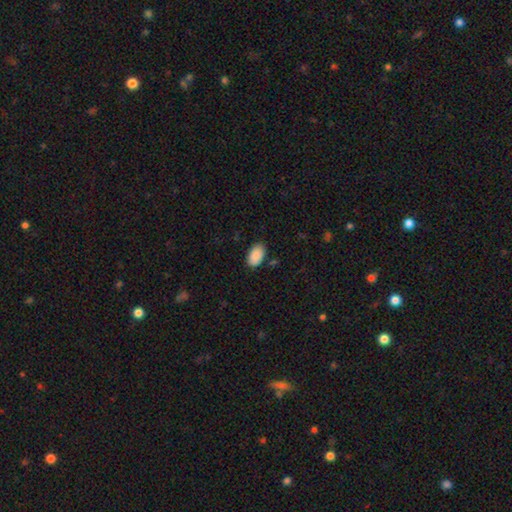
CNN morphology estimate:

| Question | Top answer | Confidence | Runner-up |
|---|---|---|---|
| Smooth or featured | smooth | 90% | star or artifact (6%) |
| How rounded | in between | 94% | round (4%) |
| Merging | none | 84% | minor disturbance (12%) |